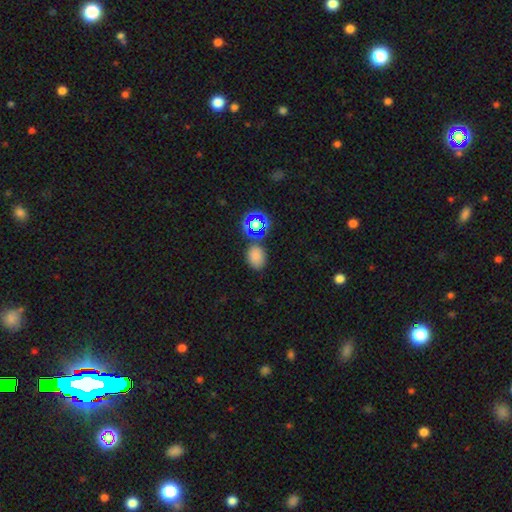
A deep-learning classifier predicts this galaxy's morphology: smooth_or_featured: smooth (p=0.73) [alt: star or artifact p=0.21]
how_rounded: in between (p=0.61) [alt: round p=0.38]
merging: none (p=0.74) [alt: minor disturbance p=0.13]